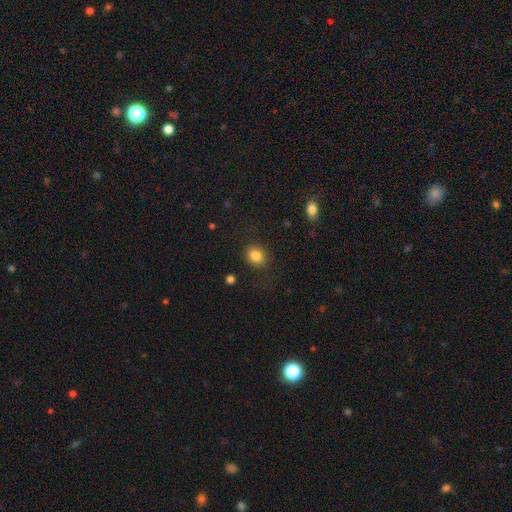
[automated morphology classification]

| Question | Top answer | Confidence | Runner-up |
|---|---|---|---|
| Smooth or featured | smooth | 84% | star or artifact (10%) |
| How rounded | round | 58% | in between (41%) |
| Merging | none | 86% | minor disturbance (9%) |